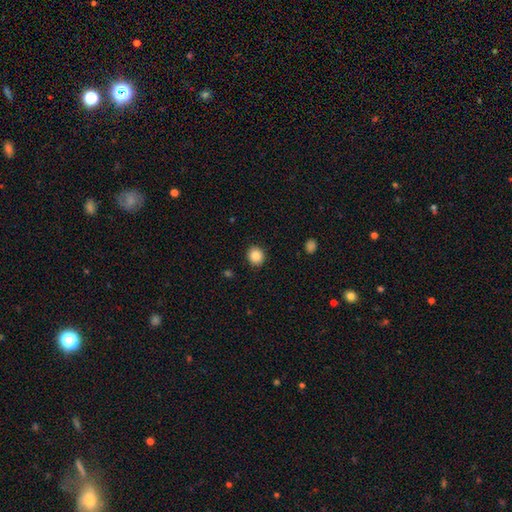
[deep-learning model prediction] smooth_or_featured: smooth (p=0.87) [alt: star or artifact p=0.09]
how_rounded: round (p=0.82) [alt: in between p=0.17]
merging: none (p=0.90) [alt: minor disturbance p=0.06]